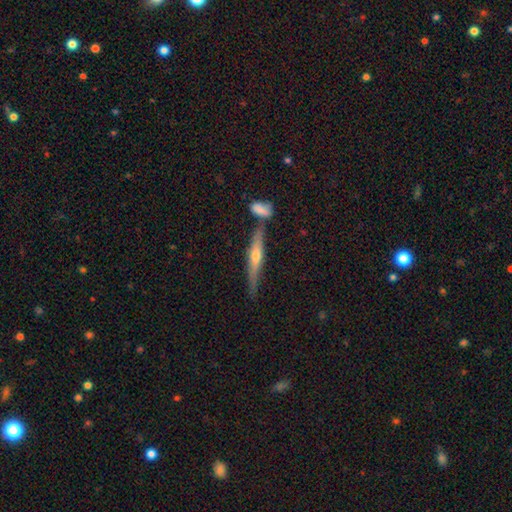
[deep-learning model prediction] featured or disk 69%, smooth 24%, star or artifact 7%. Down the decision tree: edge-on disk — yes (95%); edge-on bulge — rounded (83%); merging — none (71%).